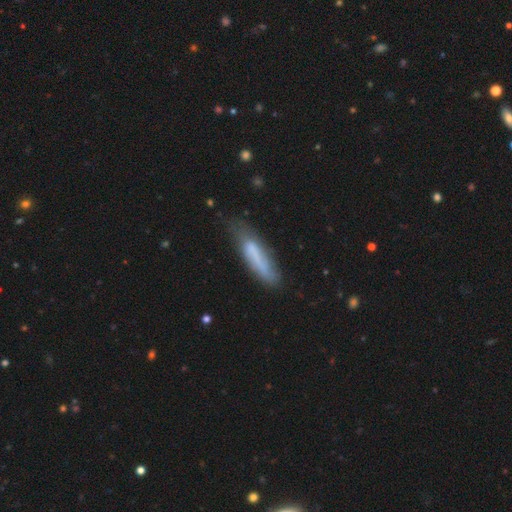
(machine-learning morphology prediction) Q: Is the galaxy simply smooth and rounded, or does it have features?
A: smooth — 67%.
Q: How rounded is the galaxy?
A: cigar-shaped — 75%.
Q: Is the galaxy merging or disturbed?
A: none — 58%.